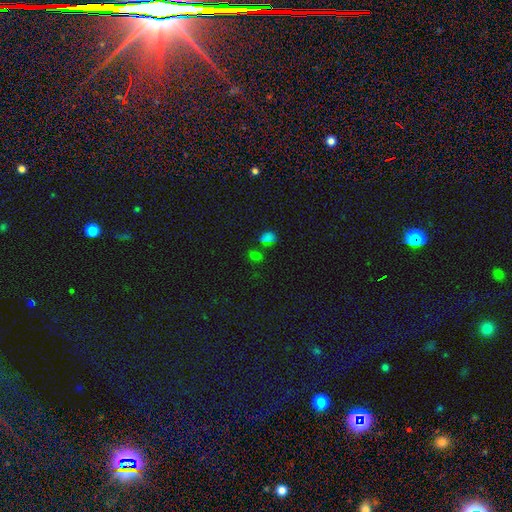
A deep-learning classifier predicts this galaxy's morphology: Smooth or featured? Predicted: smooth (p=0.56). How rounded? Predicted: in between (p=0.60). Merging? Predicted: none (p=0.63).